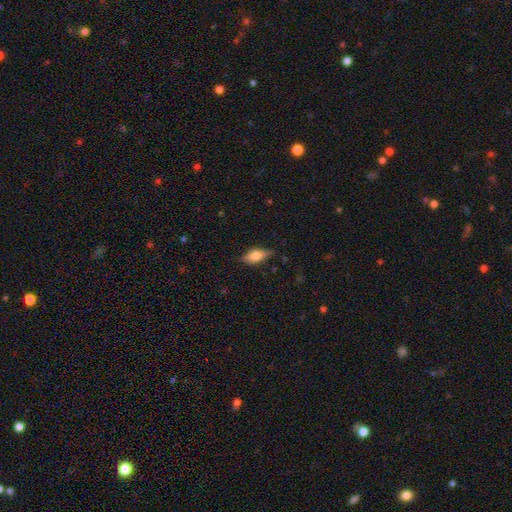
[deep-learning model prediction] This is possibly a smooth galaxy (60%). How rounded: likely in between (75%). Merging: likely none (76%).